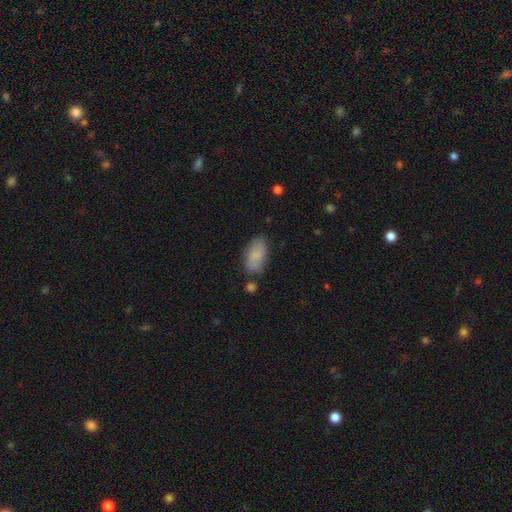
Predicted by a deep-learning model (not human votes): Overall: smooth (75%). How rounded: in between (92%). Merging: none (75%).